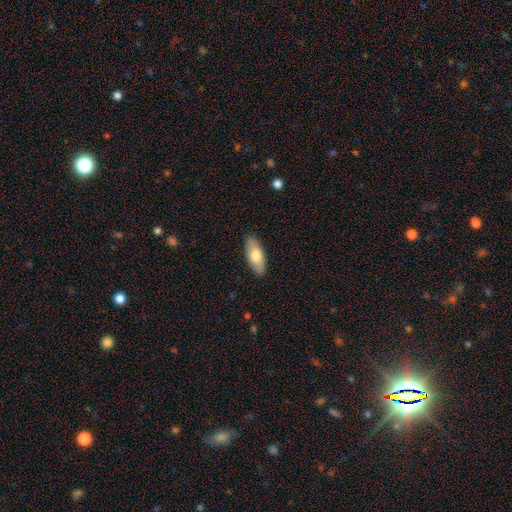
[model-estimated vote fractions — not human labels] A smooth galaxy with no disk features (72%) that is in between round and cigar-shaped (82%). Merging: none (88%).